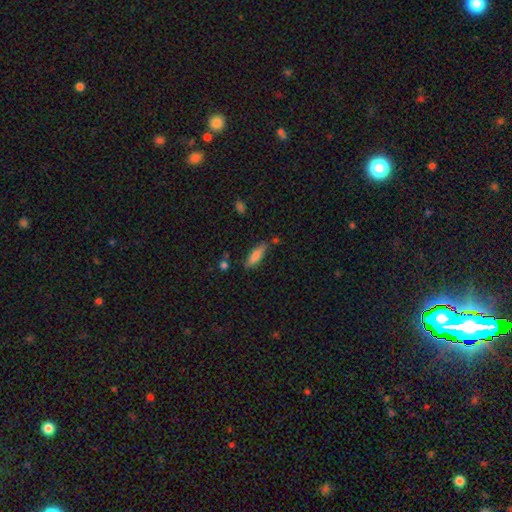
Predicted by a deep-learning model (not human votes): Overall: smooth (79%). How rounded: cigar-shaped (60%; in between 38%). Merging: none (76%).